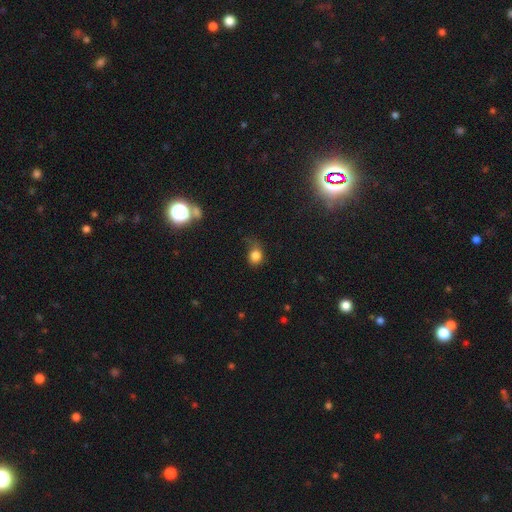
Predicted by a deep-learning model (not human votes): Smooth or featured? smooth (80%)
How rounded? round (64%)
Merging? none (46%)